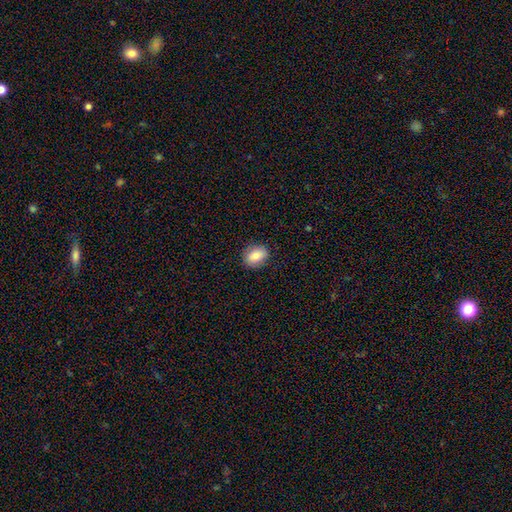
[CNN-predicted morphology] Smooth or featured? Predicted: smooth (p=0.82). How rounded? Predicted: in between (p=0.64). Merging? Predicted: none (p=0.85).